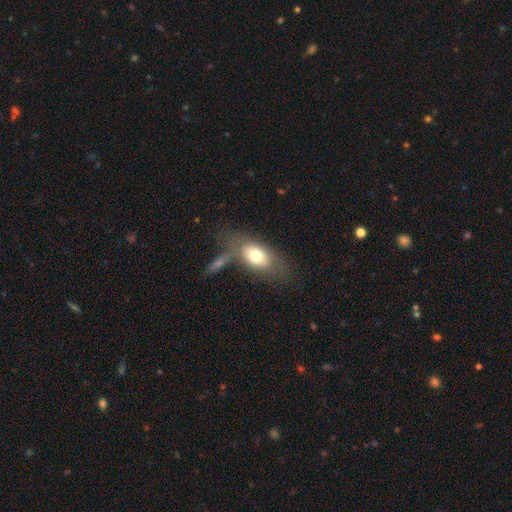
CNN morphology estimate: This appears to be a smooth galaxy with no disk features (71%) that is in between round and cigar-shaped (85%). Merging: none (50%).